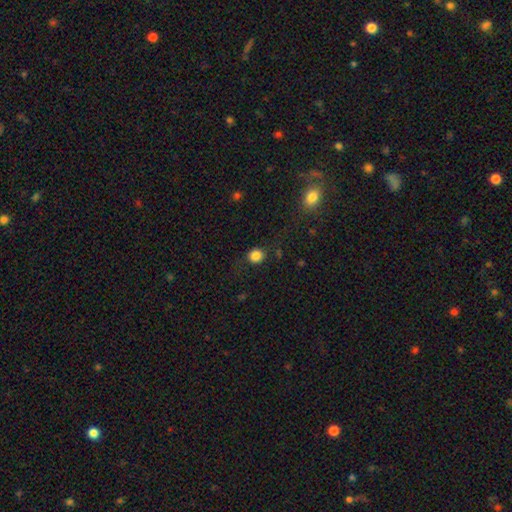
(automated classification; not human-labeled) Smooth or featured? smooth (84%)
How rounded? round (86%)
Merging? none (82%)